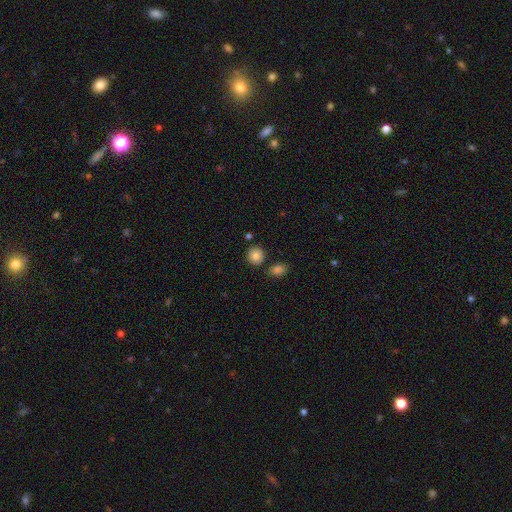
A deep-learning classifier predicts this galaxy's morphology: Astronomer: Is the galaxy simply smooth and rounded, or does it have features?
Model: smooth — 82%.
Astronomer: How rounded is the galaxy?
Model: round — 87%.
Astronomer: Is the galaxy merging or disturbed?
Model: none — 81%.